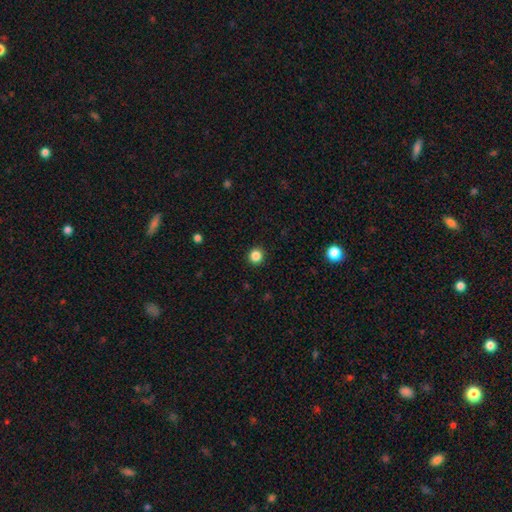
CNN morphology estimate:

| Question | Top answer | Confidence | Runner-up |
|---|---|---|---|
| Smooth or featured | smooth | 85% | star or artifact (11%) |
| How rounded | round | 94% | in between (5%) |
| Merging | none | 93% | minor disturbance (5%) |